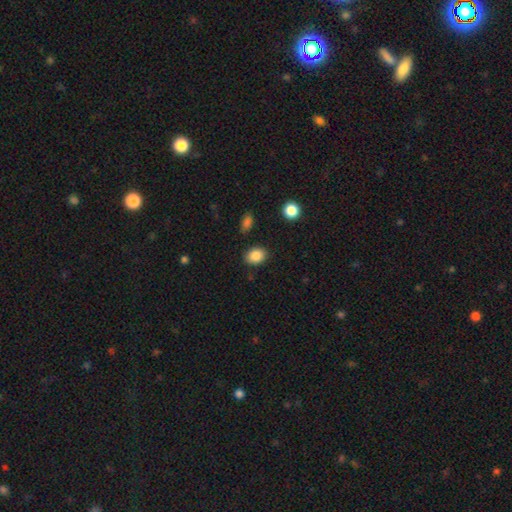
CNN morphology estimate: Smooth or featured? smooth (86%)
How rounded? in between (58%)
Merging? none (86%)